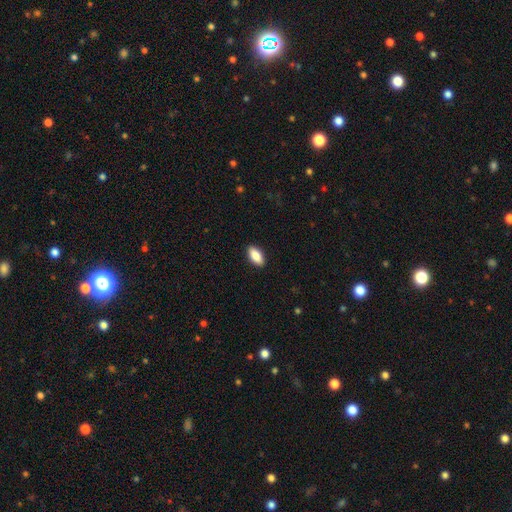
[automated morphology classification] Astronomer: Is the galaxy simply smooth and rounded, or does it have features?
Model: smooth — 87%.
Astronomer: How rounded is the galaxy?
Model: in between — 92%.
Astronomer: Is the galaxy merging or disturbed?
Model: none — 90%.